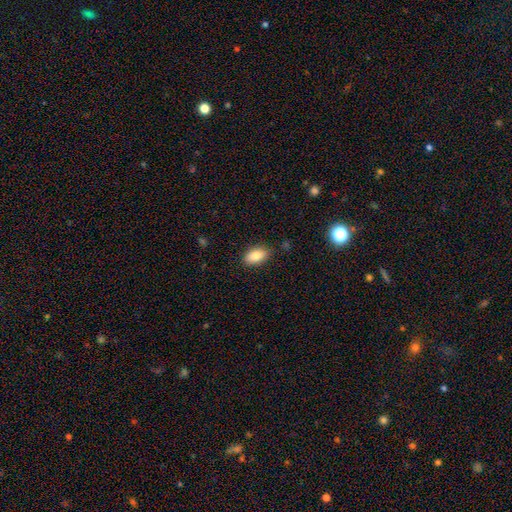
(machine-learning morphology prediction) Smooth or featured? smooth (83%)
How rounded? in between (92%)
Merging? none (86%)